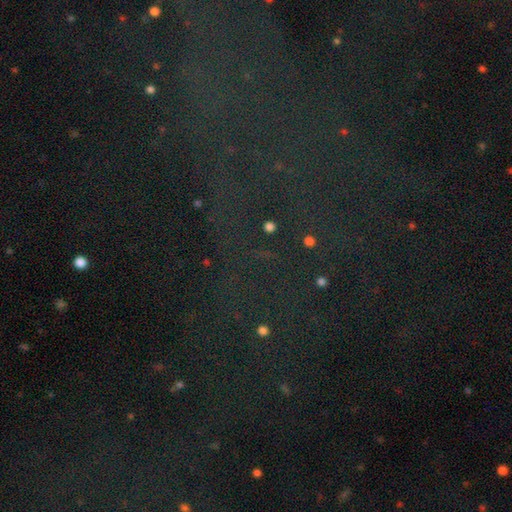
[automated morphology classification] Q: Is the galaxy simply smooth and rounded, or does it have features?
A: star or artifact — 80%.